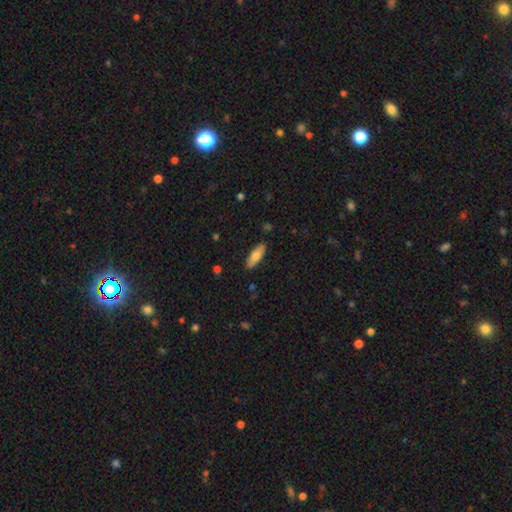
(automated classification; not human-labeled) Q: Smooth or featured?
A: smooth (73%); runner-up: featured or disk (21%)
Q: How rounded?
A: in between (58%); runner-up: cigar-shaped (40%)
Q: Merging?
A: none (88%); runner-up: minor disturbance (9%)